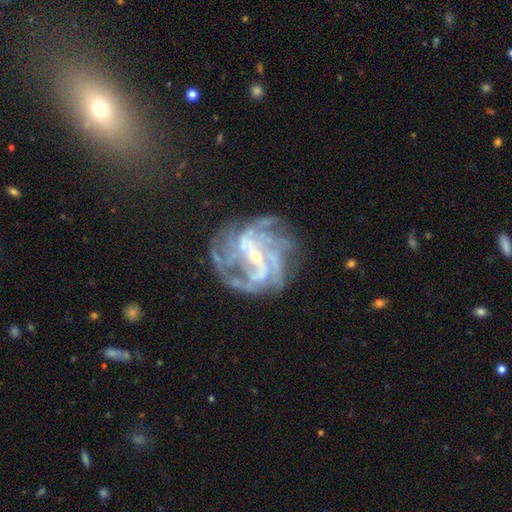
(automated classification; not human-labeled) The model was most divided on "spiral winding": medium: 43%, tight: 40%, loose: 17%. Remaining: edge-on disk — no (97%); spiral arms — yes (93%); smooth or featured — featured or disk (87%); bulge size — small (76%); merging — none (61%); bar — weak (41%); spiral arm count — can't tell (26%).